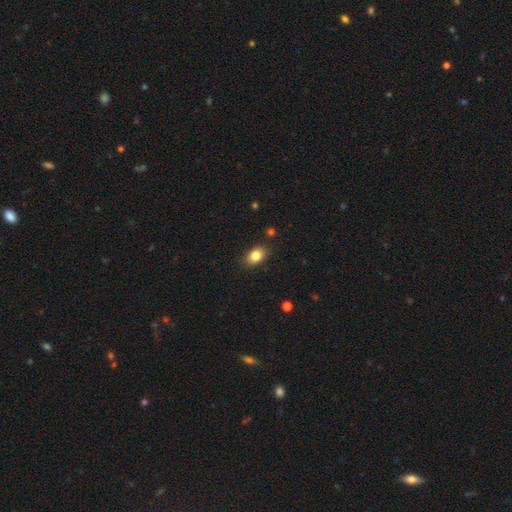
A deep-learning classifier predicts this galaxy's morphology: Overall: smooth (84%). How rounded: in between (84%). Merging: none (86%).